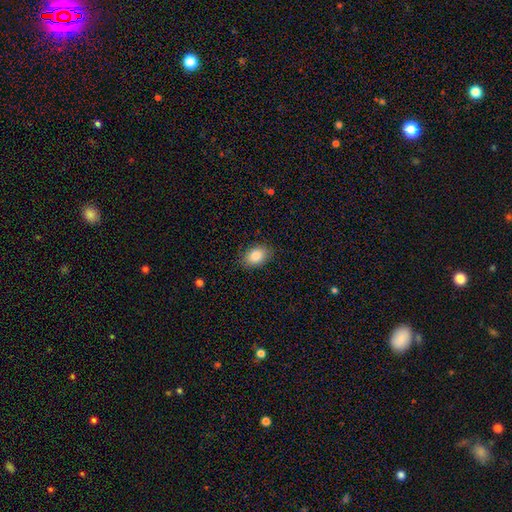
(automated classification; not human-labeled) Smooth or featured? smooth (86%)
How rounded? in between (83%)
Merging? none (85%)